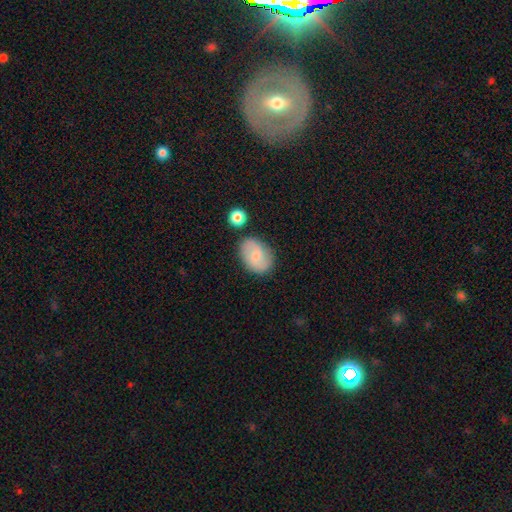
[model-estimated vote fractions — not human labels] Smooth or featured? smooth (58%)
How rounded? in between (74%)
Merging? none (76%)